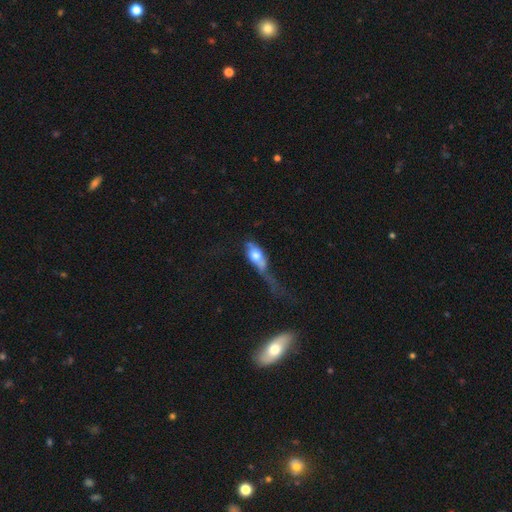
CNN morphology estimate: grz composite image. It shows a smooth galaxy with no disk features (57%) that is in between round and cigar-shaped (70%). Merging: major disturbance (48%).